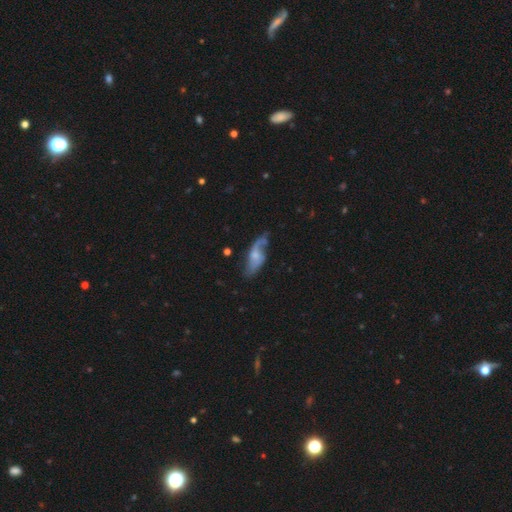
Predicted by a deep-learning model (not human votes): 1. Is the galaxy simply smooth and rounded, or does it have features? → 71% featured or disk, 23% smooth, 6% star or artifact.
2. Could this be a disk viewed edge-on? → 89% no, 11% yes.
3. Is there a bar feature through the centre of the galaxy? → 59% no, 35% weak, 7% strong.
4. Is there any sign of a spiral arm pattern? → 91% yes, 9% no.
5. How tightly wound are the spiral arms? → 64% loose, 27% medium, 9% tight.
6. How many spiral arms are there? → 78% 2, 12% 1, 7% can't tell, 1% 3, 1% 4, 1% more than 4.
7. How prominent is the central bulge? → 44% small, 37% moderate, 13% none, 5% large, 1% dominant.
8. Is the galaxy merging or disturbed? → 56% none, 25% minor disturbance, 15% major disturbance, 3% merger.